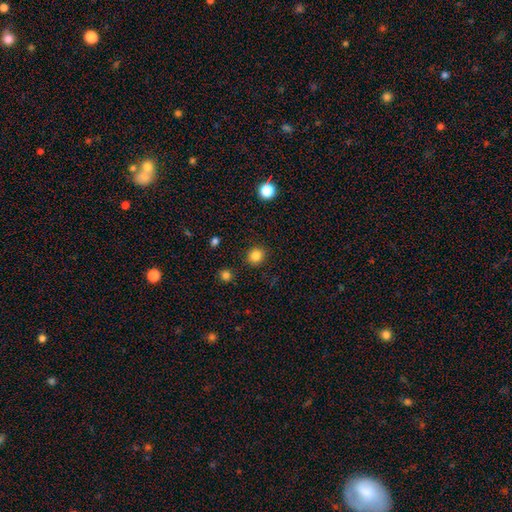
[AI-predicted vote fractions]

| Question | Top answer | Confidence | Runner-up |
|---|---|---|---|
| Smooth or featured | smooth | 83% | star or artifact (12%) |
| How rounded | round | 82% | in between (17%) |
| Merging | none | 89% | minor disturbance (7%) |